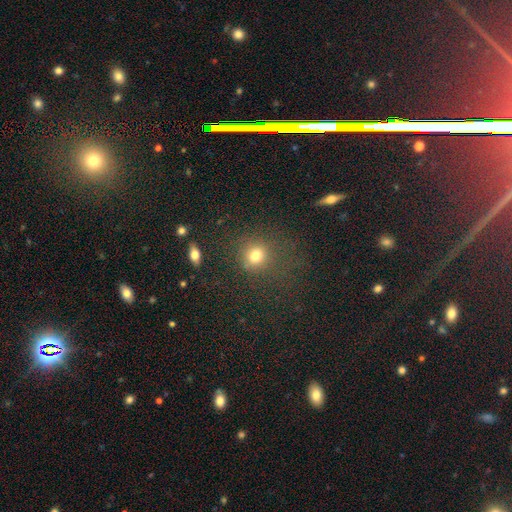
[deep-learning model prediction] A smooth galaxy with no disk features (76%) that is round (79%).

Vote fractions:
- Smooth or featured? smooth: 76% / star or artifact: 16% / featured or disk: 8%
- How rounded? round: 79% / in between: 20% / cigar-shaped: 2%
- Merging? none: 73% / minor disturbance: 13% / major disturbance: 9% / merger: 5%